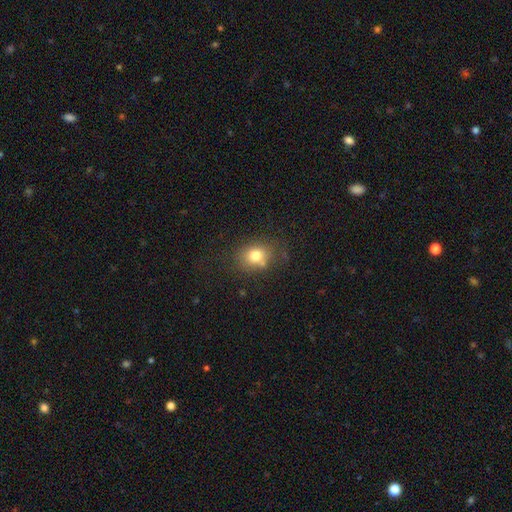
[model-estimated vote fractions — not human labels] A smooth galaxy with no disk features (76%) that is round (56%).

Vote fractions:
- Smooth or featured? smooth: 76% / star or artifact: 12% / featured or disk: 11%
- How rounded? round: 56% / in between: 43% / cigar-shaped: 1%
- Merging? none: 68% / minor disturbance: 17% / merger: 8% / major disturbance: 6%